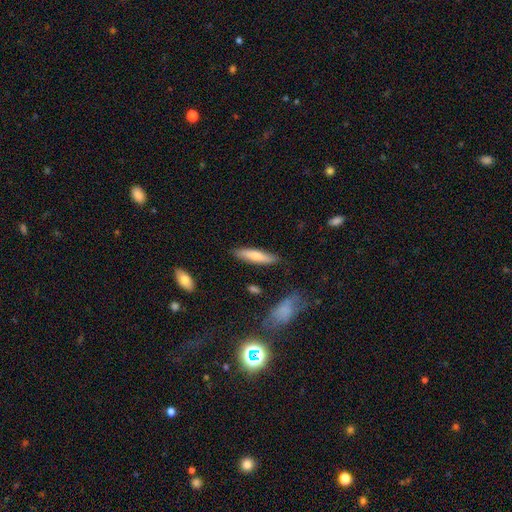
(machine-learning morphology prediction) A smooth galaxy with no disk features (69%) that is cigar-shaped (78%). Merging: none (85%).